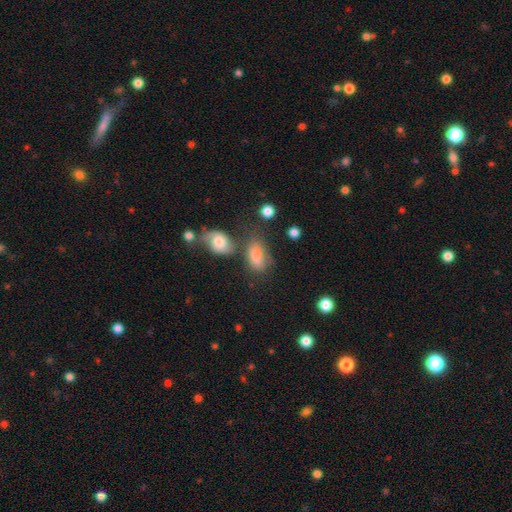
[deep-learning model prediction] This is likely a smooth galaxy (72%). How rounded: clearly in between (86%). Merging: marginally none (42%).